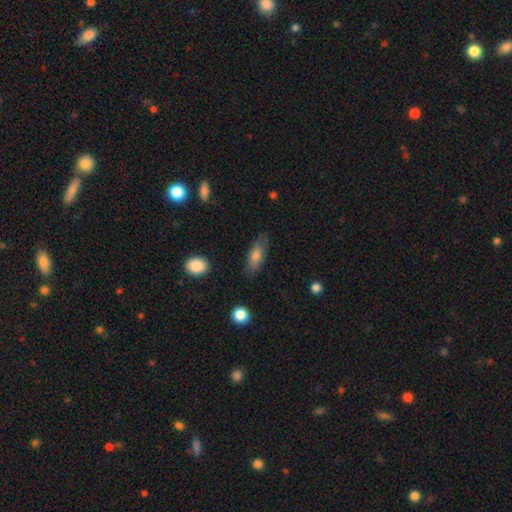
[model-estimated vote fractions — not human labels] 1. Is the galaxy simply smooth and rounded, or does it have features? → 75% smooth, 18% featured or disk, 7% star or artifact.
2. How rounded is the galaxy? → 68% in between, 29% cigar-shaped, 3% round.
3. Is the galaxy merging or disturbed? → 78% none, 16% minor disturbance, 4% major disturbance, 2% merger.